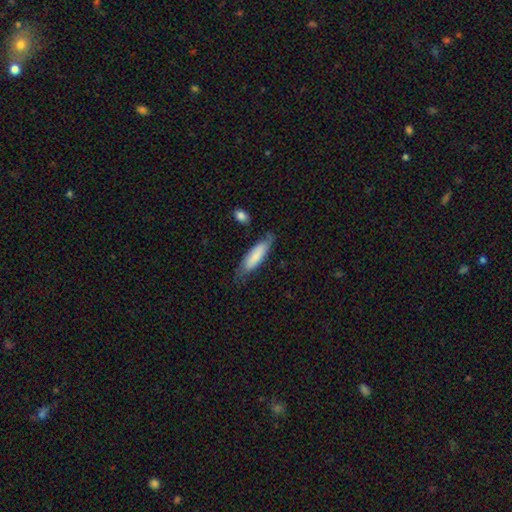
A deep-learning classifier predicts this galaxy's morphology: Smooth or featured: smooth — 74% (featured or disk — 20%)
How rounded: cigar-shaped — 60% (in between — 38%)
Merging: none — 65% (minor disturbance — 25%)